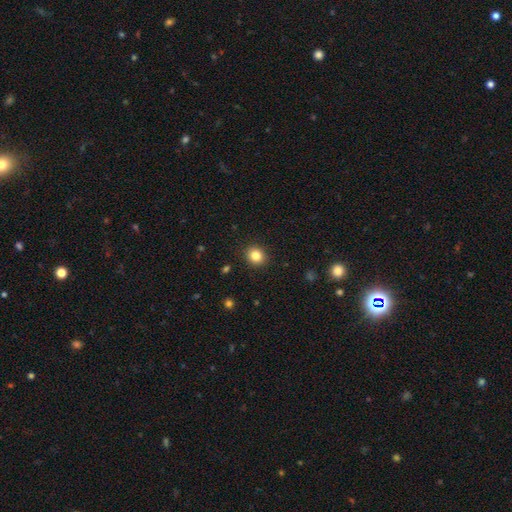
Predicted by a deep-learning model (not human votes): This is clearly a smooth galaxy (83%). How rounded: clearly round (81%). Merging: clearly none (91%).